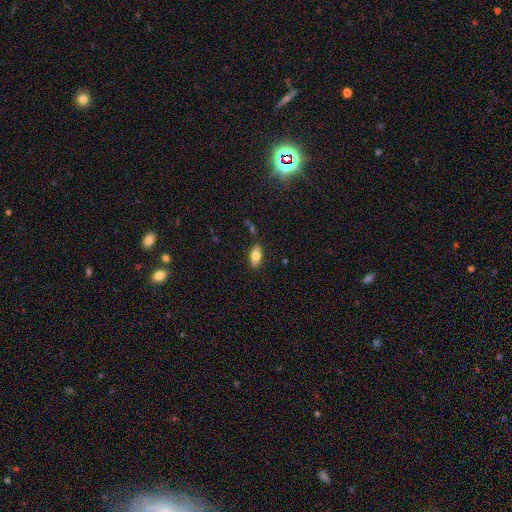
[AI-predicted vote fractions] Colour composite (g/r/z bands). It shows a smooth galaxy with no disk features (78%) that is in between round and cigar-shaped (92%). Merging: none (83%).